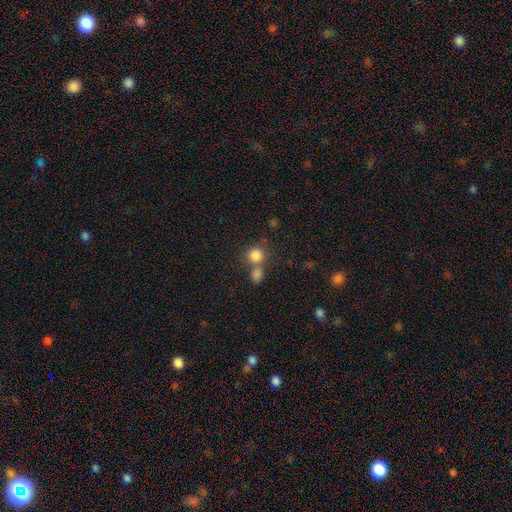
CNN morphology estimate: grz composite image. It shows a smooth galaxy with no disk features (82%) that is round (87%). Merging: none (49%).